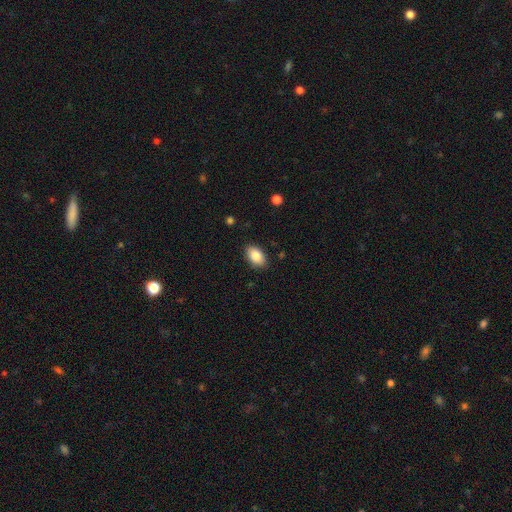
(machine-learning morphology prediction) A smooth galaxy with no disk features (85%) that is in between round and cigar-shaped (91%).

Vote fractions:
- Smooth or featured? smooth: 85% / featured or disk: 8% / star or artifact: 7%
- How rounded? in between: 91% / round: 8% / cigar-shaped: 1%
- Merging? none: 88% / minor disturbance: 9% / major disturbance: 2% / merger: 1%